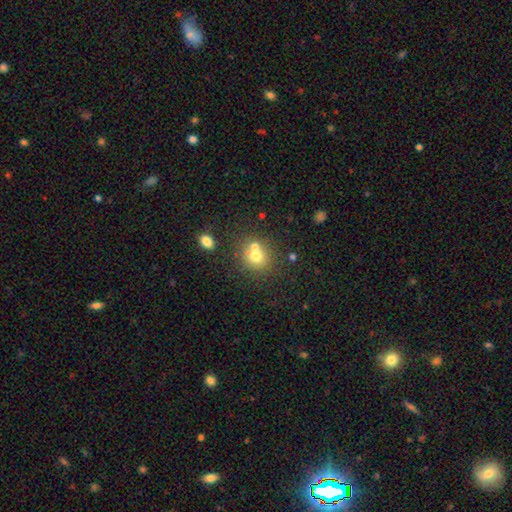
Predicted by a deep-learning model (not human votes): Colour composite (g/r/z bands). It shows a smooth galaxy with no disk features (69%) that is round (80%). Merging: none (51%).